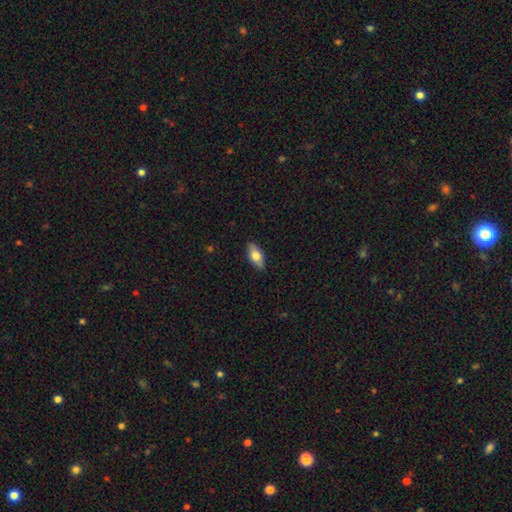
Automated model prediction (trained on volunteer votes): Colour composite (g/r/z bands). It shows a smooth galaxy with no disk features (69%) that is in between round and cigar-shaped (84%). Merging: none (88%).